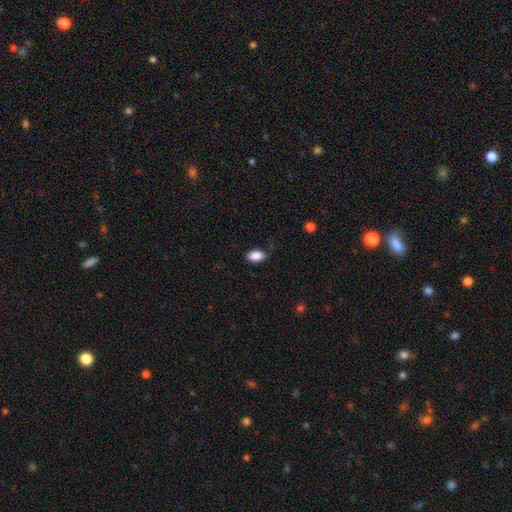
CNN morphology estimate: smooth_or_featured: smooth (p=0.87) [alt: star or artifact p=0.08]
how_rounded: in between (p=0.91) [alt: round p=0.07]
merging: none (p=0.71) [alt: minor disturbance p=0.23]